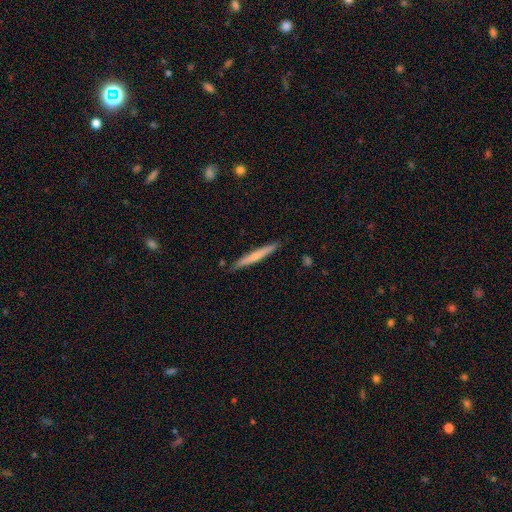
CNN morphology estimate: A smooth galaxy with no disk features (58%) that is cigar-shaped (96%). Merging: none (89%).